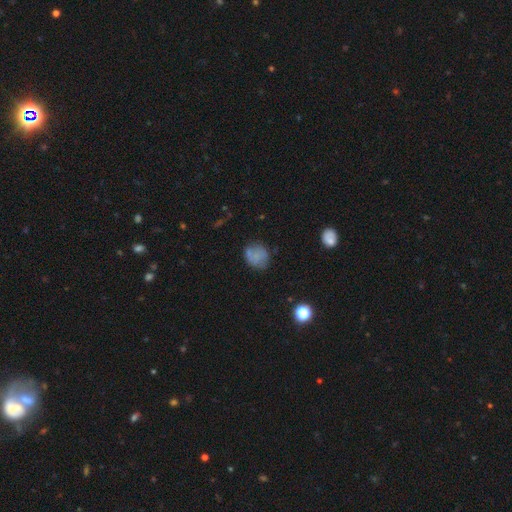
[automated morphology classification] Smooth or featured? Predicted: smooth (p=0.65). How rounded? Predicted: round (p=0.76). Merging? Predicted: none (p=0.62).